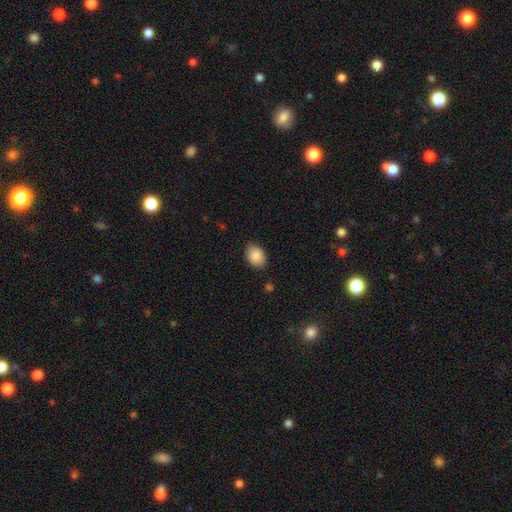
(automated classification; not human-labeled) Smooth or featured? Predicted: smooth (p=0.89). How rounded? Predicted: in between (p=0.80). Merging? Predicted: none (p=0.83).